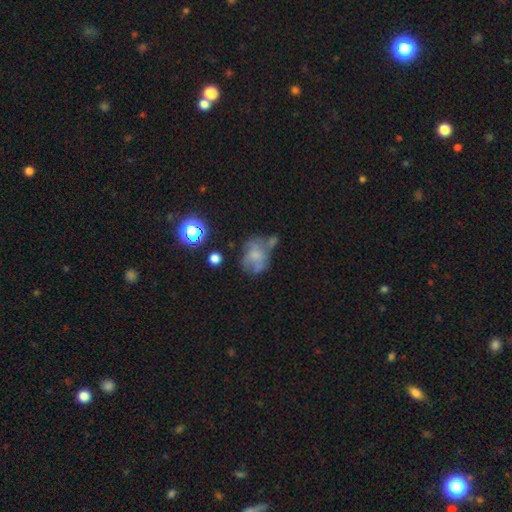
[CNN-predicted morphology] smooth-or-featured: featured or disk: 44% | smooth: 41% | star or artifact: 15%
  merging: none: 36% | major disturbance: 24% | minor disturbance: 24% | merger: 16%